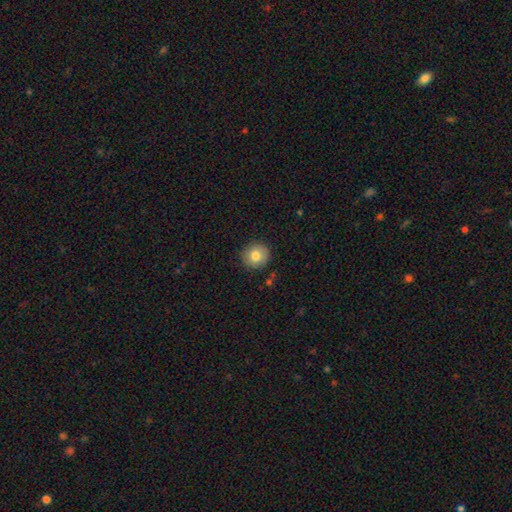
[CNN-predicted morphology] Smooth or featured?
  - smooth: 80% *
  - featured or disk: 11%
  - star or artifact: 9%
How rounded?
  - round: 90% *
  - in between: 9%
  - cigar-shaped: 1%
Merging?
  - none: 89% *
  - minor disturbance: 7%
  - major disturbance: 2%
  - merger: 1%